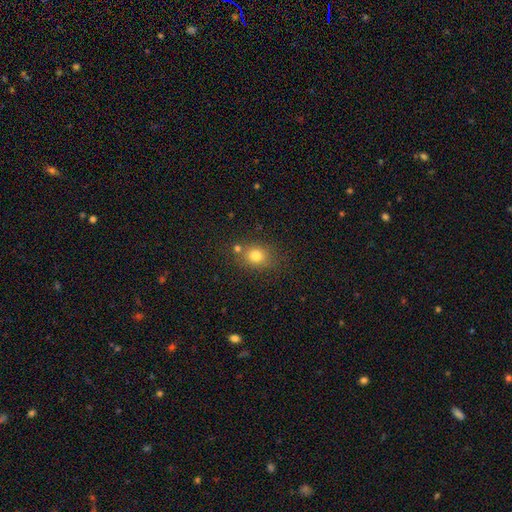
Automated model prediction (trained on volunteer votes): Q: Smooth or featured?
A: smooth (79%); runner-up: star or artifact (13%)
Q: How rounded?
A: round (57%); runner-up: in between (41%)
Q: Merging?
A: none (71%); runner-up: minor disturbance (14%)